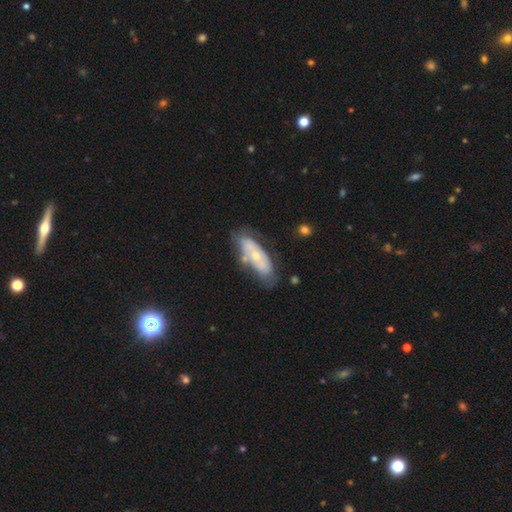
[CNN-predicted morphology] A featured or disk galaxy (55%).

Vote fractions:
- Smooth or featured? featured or disk: 55% / smooth: 39% / star or artifact: 6%
- Edge-on disk? no: 81% / yes: 19%
- Merging? none: 58% / minor disturbance: 24% / merger: 10% / major disturbance: 8%